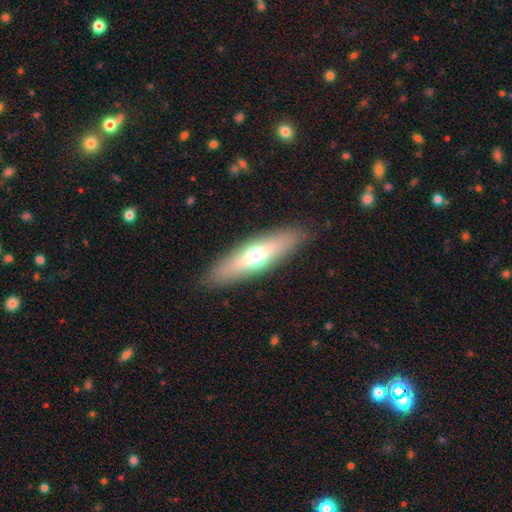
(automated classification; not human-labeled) This appears to be a smooth galaxy with no disk features (57%) that is cigar-shaped (55%). Merging: none (88%).